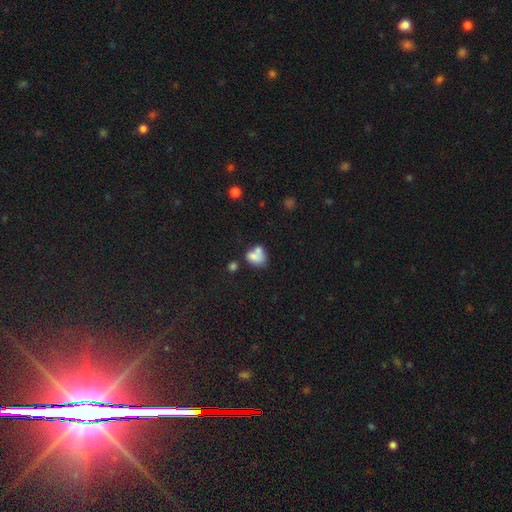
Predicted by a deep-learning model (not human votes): A smooth galaxy with no disk features (73%) that is in between round and cigar-shaped (60%). Merging: merger (50%).